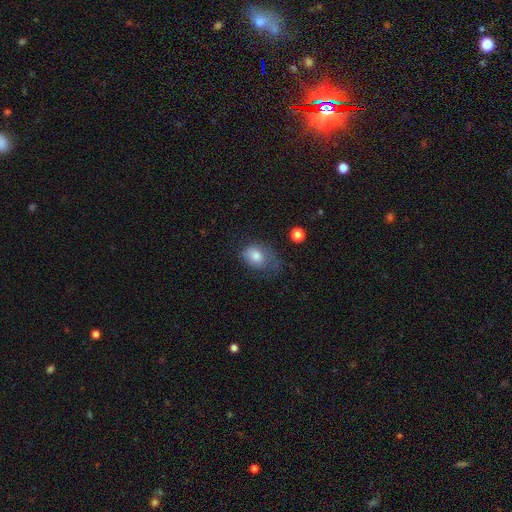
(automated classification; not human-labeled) Overall: smooth (76%). How rounded: in between (70%). Merging: none (37%; minor disturbance 34%).